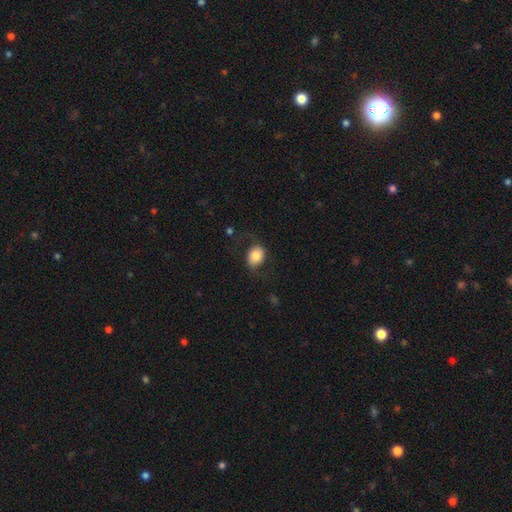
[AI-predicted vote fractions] smooth-or-featured: smooth: 69% | featured or disk: 24% | star or artifact: 8%
  how-rounded: in between: 57% | round: 42% | cigar-shaped: 1%
  merging: none: 62% | minor disturbance: 19% | major disturbance: 17% | merger: 2%